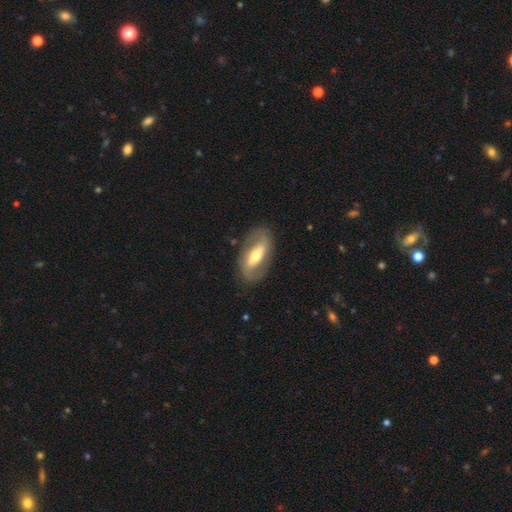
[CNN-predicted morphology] Q: Smooth or featured?
A: featured or disk (69%); runner-up: smooth (25%)
Q: Edge-on disk?
A: no (89%); runner-up: yes (11%)
Q: Bar?
A: strong (53%); runner-up: weak (29%)
Q: Spiral arms?
A: yes (72%); runner-up: no (28%)
Q: Bulge size?
A: moderate (65%); runner-up: small (24%)
Q: Merging?
A: none (81%); runner-up: minor disturbance (12%)